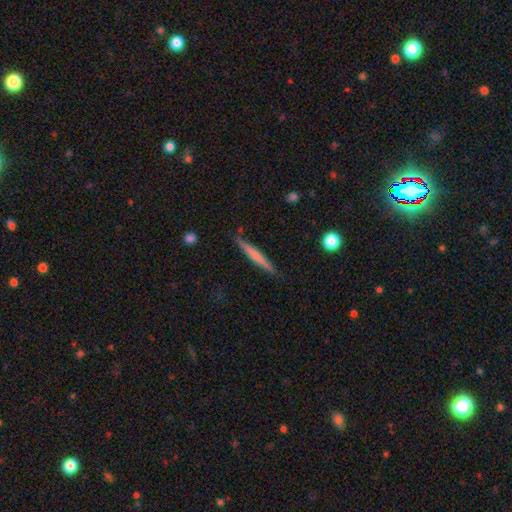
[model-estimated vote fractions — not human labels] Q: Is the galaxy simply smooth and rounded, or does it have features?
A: smooth — 55%.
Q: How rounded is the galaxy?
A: cigar-shaped — 96%.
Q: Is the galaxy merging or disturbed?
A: none — 87%.